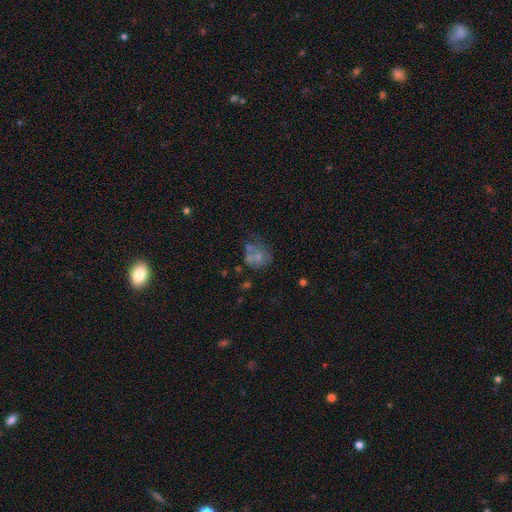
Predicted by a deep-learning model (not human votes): smooth_or_featured: smooth (p=0.51) [alt: featured or disk p=0.36]
how_rounded: round (p=0.58) [alt: in between p=0.41]
merging: none (p=0.34) [alt: major disturbance p=0.24]